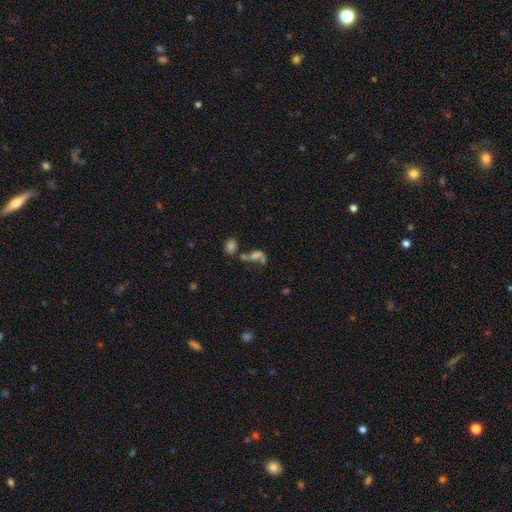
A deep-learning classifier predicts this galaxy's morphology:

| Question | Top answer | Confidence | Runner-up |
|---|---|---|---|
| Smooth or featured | featured or disk | 39% | smooth (38%) |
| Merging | merger | 39% | none (31%) |